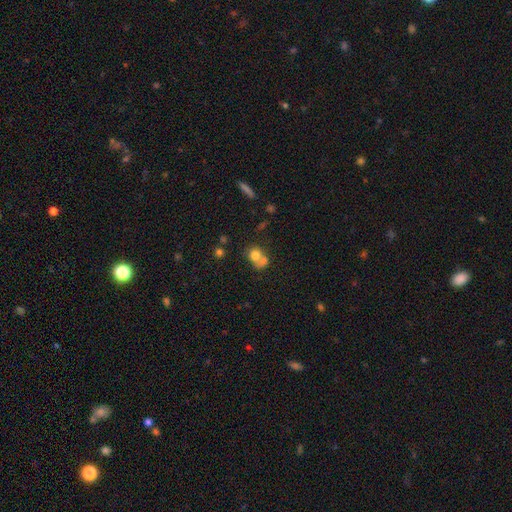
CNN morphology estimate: Q: Smooth or featured?
A: smooth (72%); runner-up: featured or disk (16%)
Q: How rounded?
A: round (68%); runner-up: in between (31%)
Q: Merging?
A: merger (54%); runner-up: none (30%)